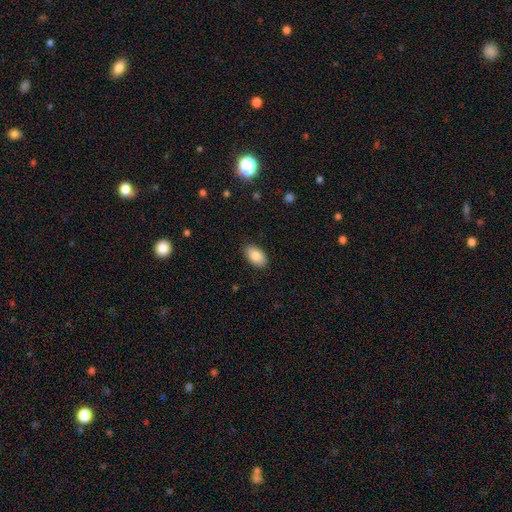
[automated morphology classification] Smooth or featured? Predicted: smooth (p=0.86). How rounded? Predicted: in between (p=0.94). Merging? Predicted: none (p=0.87).